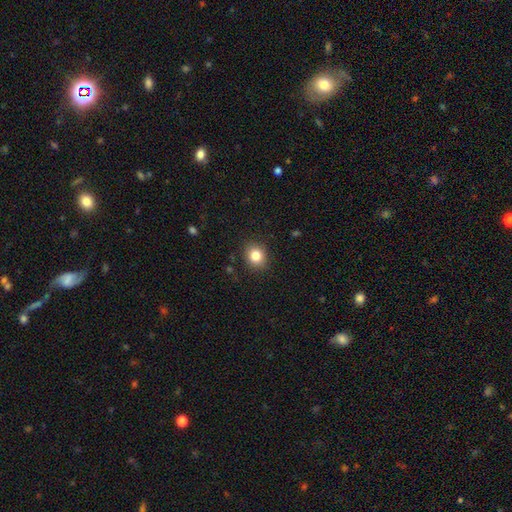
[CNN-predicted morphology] Smooth or featured?
  - smooth: 83% *
  - star or artifact: 11%
  - featured or disk: 6%
How rounded?
  - round: 70% *
  - in between: 29%
  - cigar-shaped: 1%
Merging?
  - none: 88% *
  - minor disturbance: 9%
  - major disturbance: 2%
  - merger: 1%